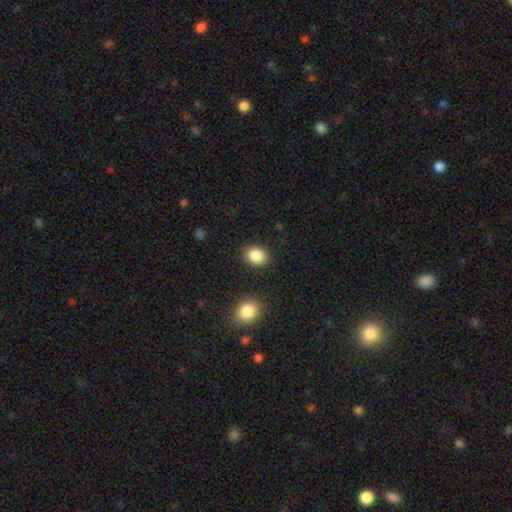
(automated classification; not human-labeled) A smooth galaxy with no disk features (87%) that is round (52%). Merging: none (87%).